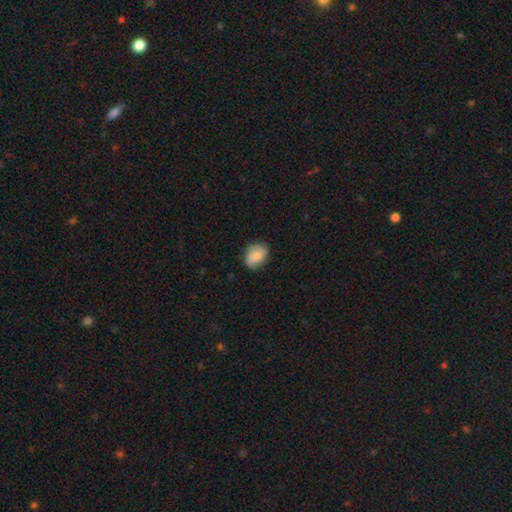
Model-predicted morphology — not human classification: smooth_or_featured: smooth (p=0.71) [alt: featured or disk p=0.21]
how_rounded: in between (p=0.61) [alt: round p=0.37]
merging: none (p=0.74) [alt: minor disturbance p=0.20]